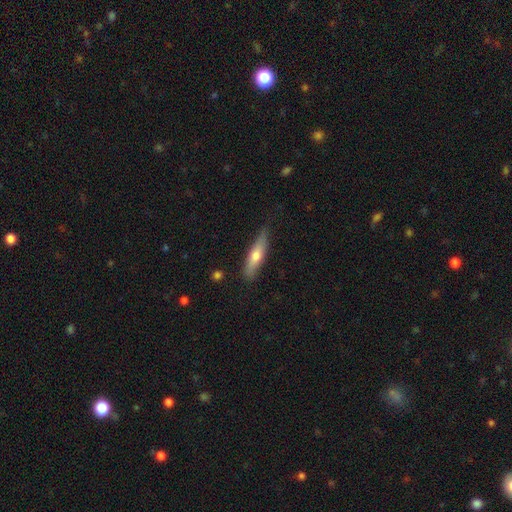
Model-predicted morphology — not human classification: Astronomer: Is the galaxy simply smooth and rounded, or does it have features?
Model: smooth — 57% (runner-up: featured or disk, 38%).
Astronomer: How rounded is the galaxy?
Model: cigar-shaped — 72%.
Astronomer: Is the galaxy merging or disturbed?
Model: none — 77%.